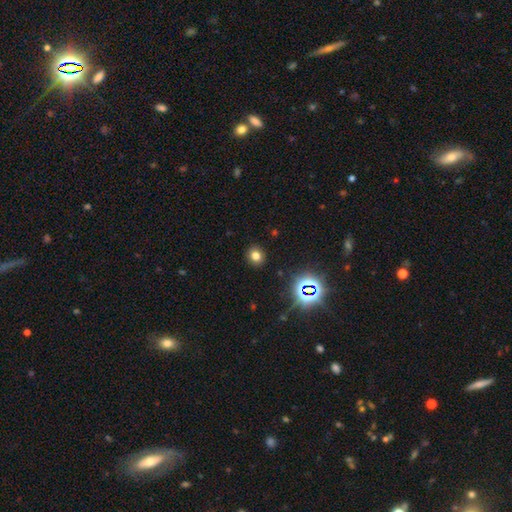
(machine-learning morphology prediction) Overall: smooth (74%). How rounded: round (78%). Merging: none (90%).